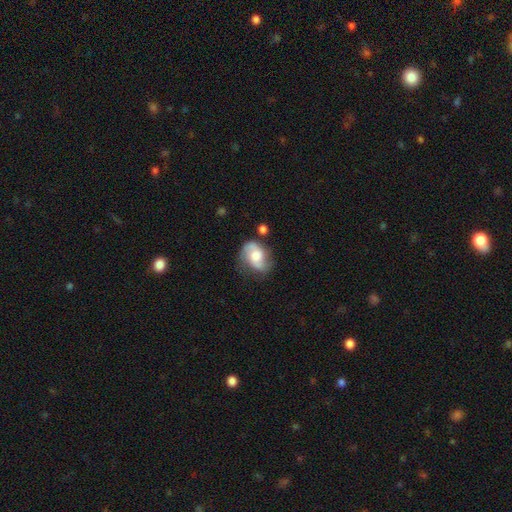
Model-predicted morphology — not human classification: Overall: featured or disk (60%; smooth 33%). Edge-on disk: no (97%). Bar: no (62%; weak 32%). Spiral arms: yes (87%). Spiral arm count: 2 (83%). Spiral winding: medium (43%; loose 38%). Bulge size: moderate (48%; large 28%). Merging: none (57%; minor disturbance 26%).